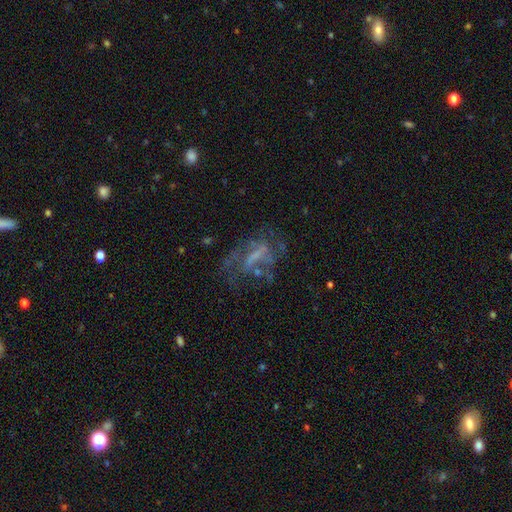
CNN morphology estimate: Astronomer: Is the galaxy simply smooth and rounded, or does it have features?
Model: featured or disk — 60%.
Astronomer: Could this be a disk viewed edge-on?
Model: no — 93%.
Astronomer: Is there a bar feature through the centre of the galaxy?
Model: no — 43% (runner-up: weak, 32%).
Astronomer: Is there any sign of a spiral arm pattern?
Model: no — 59% (runner-up: yes, 41%).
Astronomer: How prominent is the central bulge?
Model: none — 58%.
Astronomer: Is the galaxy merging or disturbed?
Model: none — 40% (runner-up: major disturbance, 35%).